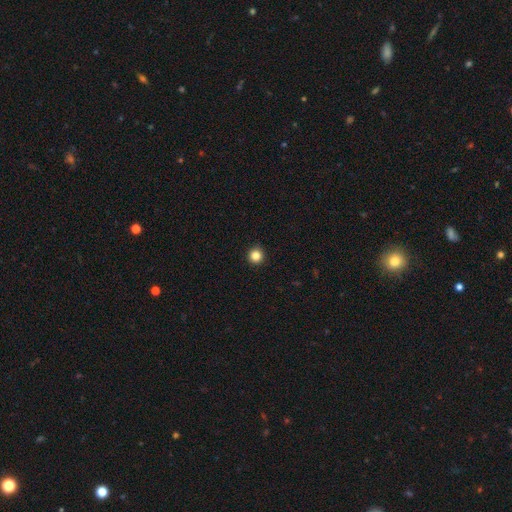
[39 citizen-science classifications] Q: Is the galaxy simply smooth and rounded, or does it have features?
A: smooth — 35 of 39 (90%).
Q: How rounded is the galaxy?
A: round — 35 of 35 (100%).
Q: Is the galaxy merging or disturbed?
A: none — 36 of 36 (100%).